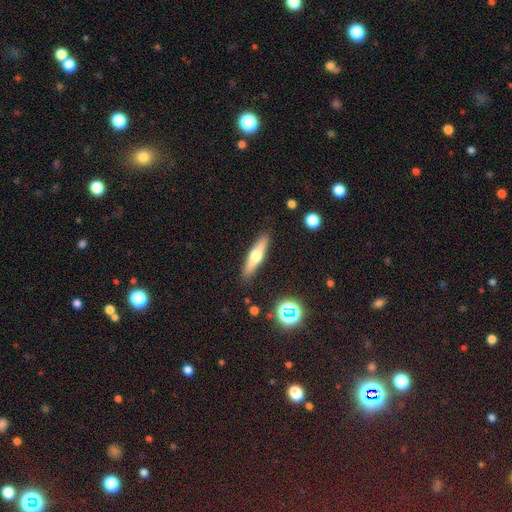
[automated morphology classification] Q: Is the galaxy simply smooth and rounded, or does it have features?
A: smooth — 47%.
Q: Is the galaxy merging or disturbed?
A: none — 89%.